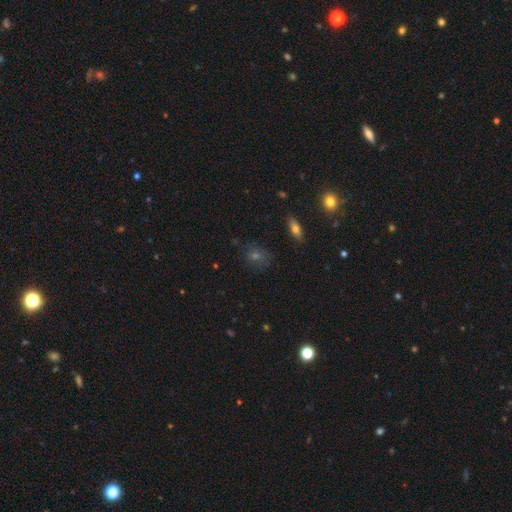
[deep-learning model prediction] Morphology: type=smooth (50%); merging=none (78%).